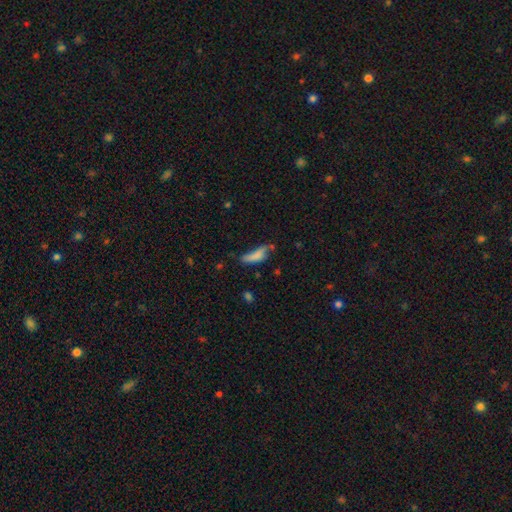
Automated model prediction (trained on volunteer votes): smooth 70%, featured or disk 20%, star or artifact 10%. Down the decision tree: how rounded — cigar-shaped (49%); merging — none (36%).